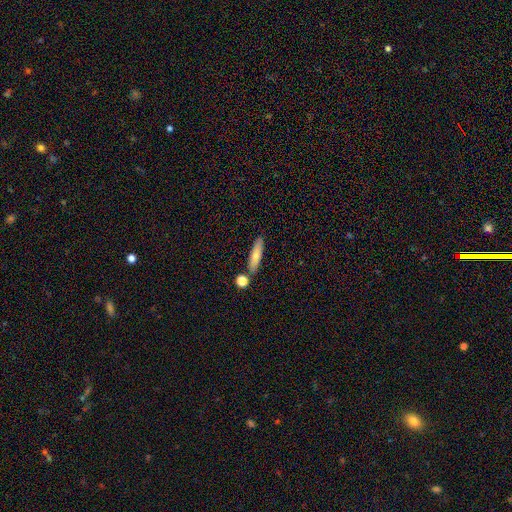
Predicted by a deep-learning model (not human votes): Smooth or featured? smooth (72%)
How rounded? cigar-shaped (74%)
Merging? none (79%)